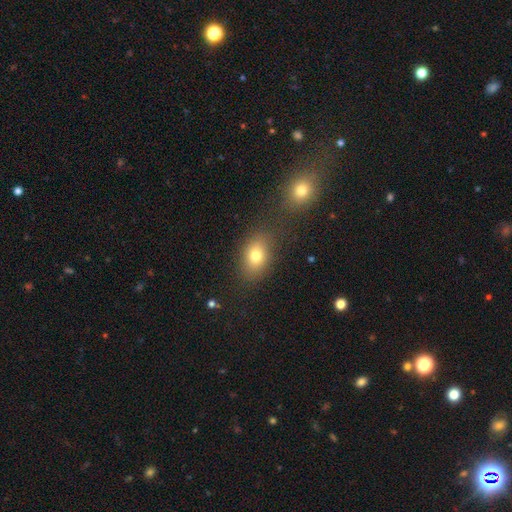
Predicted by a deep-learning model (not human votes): This is likely a smooth galaxy (77%). How rounded: likely in between (72%). Merging: likely none (77%).